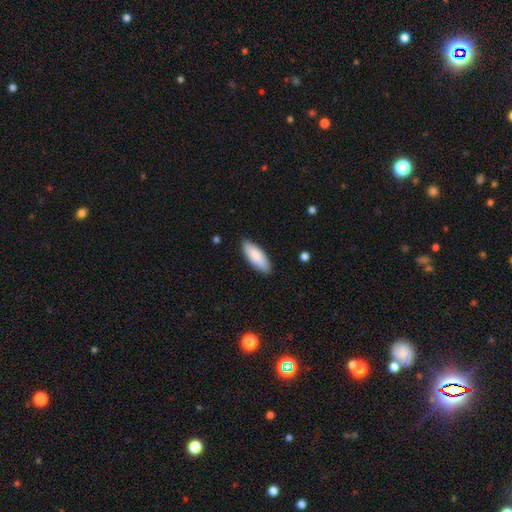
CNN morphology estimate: smooth-or-featured: smooth: 86% | featured or disk: 8% | star or artifact: 5%
  how-rounded: in between: 72% | cigar-shaped: 27% | round: 1%
  merging: none: 87% | minor disturbance: 10% | major disturbance: 2% | merger: 1%